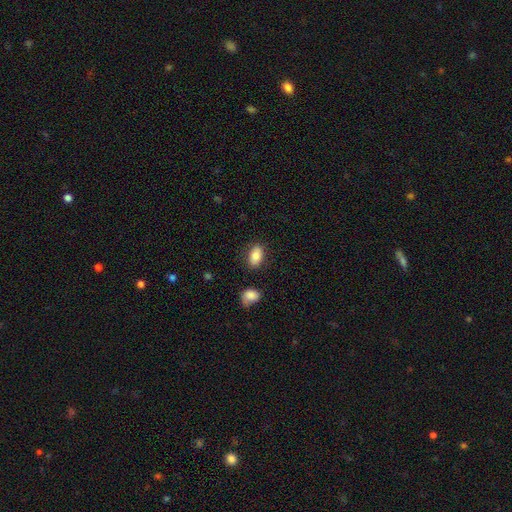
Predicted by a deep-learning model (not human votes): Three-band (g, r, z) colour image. It shows a smooth galaxy with no disk features (83%) that is in between round and cigar-shaped (90%). Merging: none (82%).